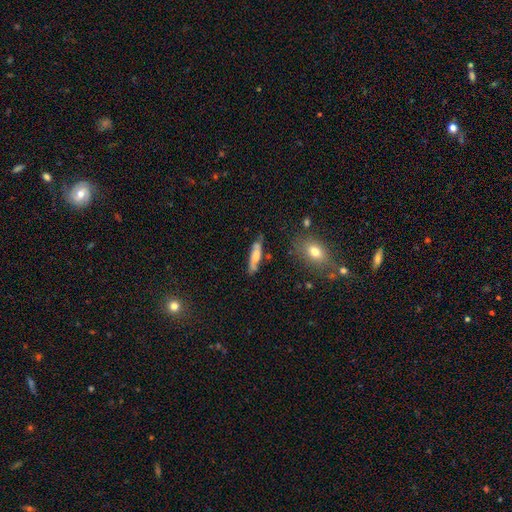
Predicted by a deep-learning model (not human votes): smooth-or-featured: smooth: 52% | featured or disk: 40% | star or artifact: 8%
  how-rounded: cigar-shaped: 72% | in between: 25% | round: 3%
  merging: none: 67% | minor disturbance: 21% | major disturbance: 7% | merger: 5%